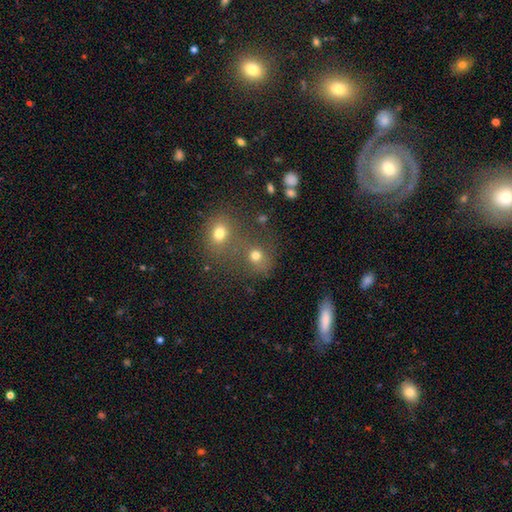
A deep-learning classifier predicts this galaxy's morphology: A smooth galaxy with no disk features (71%) that is round (75%). Merging: merger (43%, tied with none).